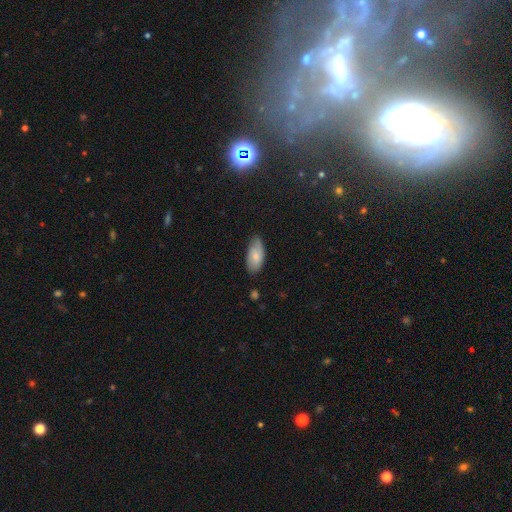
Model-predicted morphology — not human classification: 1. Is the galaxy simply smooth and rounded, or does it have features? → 74% smooth, 19% featured or disk, 7% star or artifact.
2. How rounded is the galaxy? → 91% in between, 6% cigar-shaped, 2% round.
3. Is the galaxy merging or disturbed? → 68% none, 26% minor disturbance, 4% major disturbance, 2% merger.